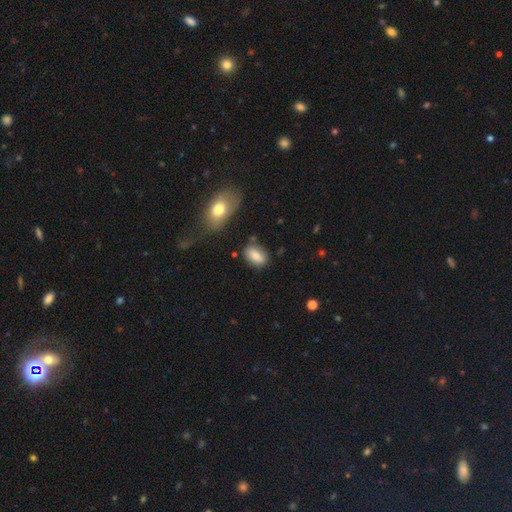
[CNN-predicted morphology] Smooth or featured?
  - smooth: 78% *
  - featured or disk: 14%
  - star or artifact: 8%
How rounded?
  - in between: 88% *
  - round: 9%
  - cigar-shaped: 4%
Merging?
  - none: 76% *
  - minor disturbance: 15%
  - merger: 5%
  - major disturbance: 4%